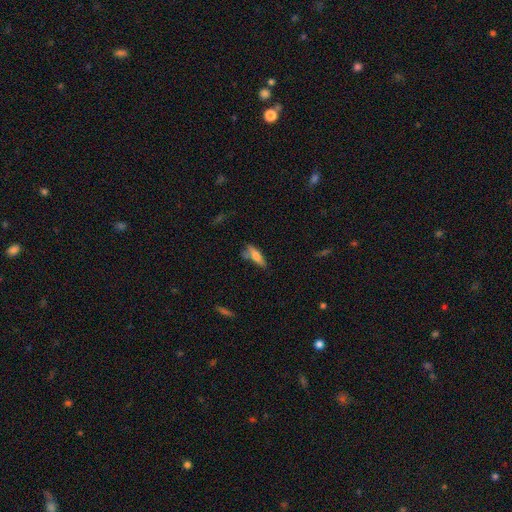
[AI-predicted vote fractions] Smooth or featured? Predicted: smooth (p=0.67). How rounded? Predicted: cigar-shaped (p=0.56). Merging? Predicted: none (p=0.53).